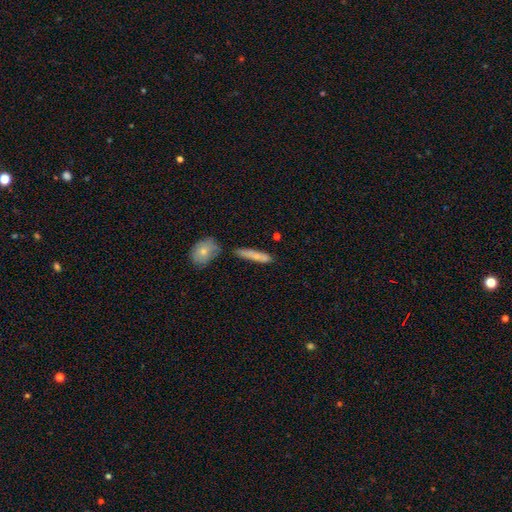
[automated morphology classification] Overall: smooth (71%). How rounded: cigar-shaped (86%). Merging: none (69%).